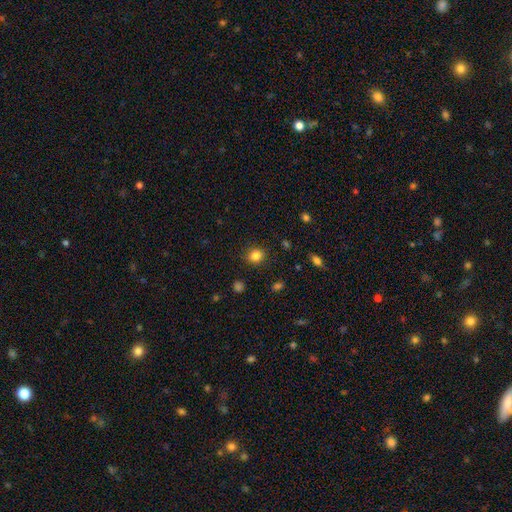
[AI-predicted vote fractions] Smooth or featured?
  - smooth: 84% *
  - star or artifact: 12%
  - featured or disk: 5%
How rounded?
  - round: 77% *
  - in between: 22%
  - cigar-shaped: 1%
Merging?
  - none: 88% *
  - minor disturbance: 8%
  - major disturbance: 3%
  - merger: 1%